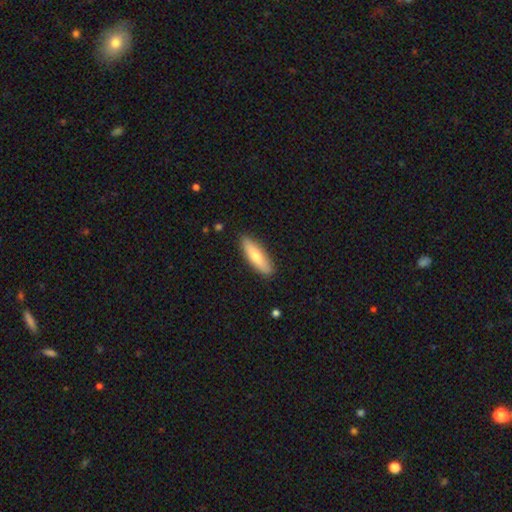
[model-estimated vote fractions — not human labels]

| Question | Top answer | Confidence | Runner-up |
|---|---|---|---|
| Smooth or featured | smooth | 70% | featured or disk (24%) |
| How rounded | cigar-shaped | 58% | in between (40%) |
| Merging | none | 88% | minor disturbance (9%) |